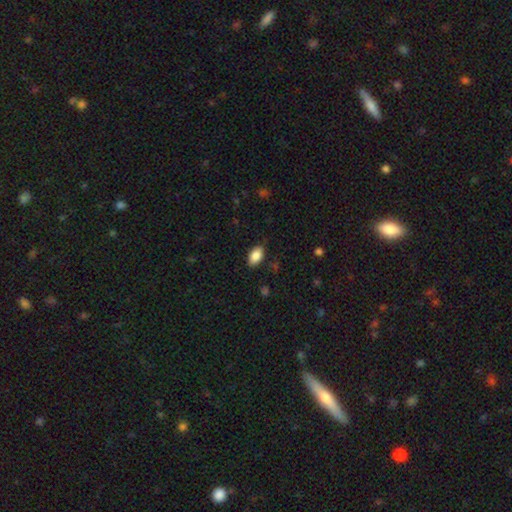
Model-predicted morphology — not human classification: This is clearly a smooth galaxy (86%). How rounded: clearly in between (93%). Merging: clearly none (85%).